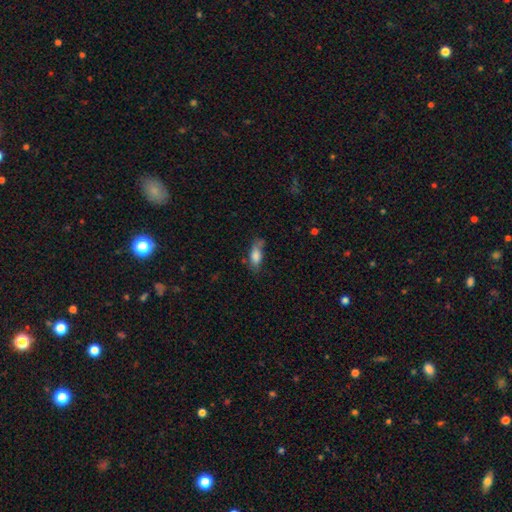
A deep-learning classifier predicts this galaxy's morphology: Overall: smooth (76%). How rounded: in between (77%). Merging: none (52%; minor disturbance 30%).